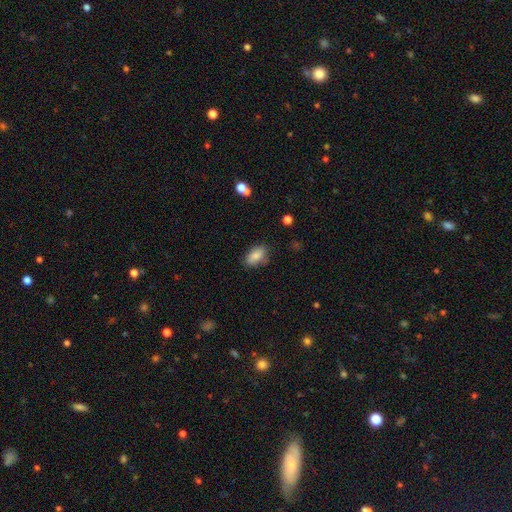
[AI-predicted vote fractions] This appears to be a smooth galaxy with no disk features (83%) that is in between round and cigar-shaped (91%). Merging: none (74%).